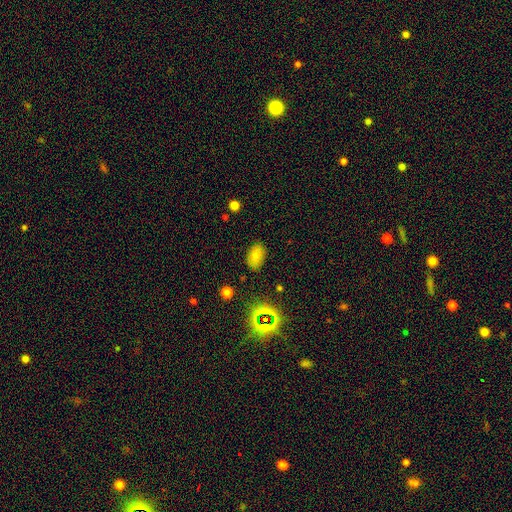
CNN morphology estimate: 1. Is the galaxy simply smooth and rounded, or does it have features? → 75% smooth, 15% star or artifact, 10% featured or disk.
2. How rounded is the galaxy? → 87% in between, 11% round, 1% cigar-shaped.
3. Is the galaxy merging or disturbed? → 84% none, 11% minor disturbance, 3% major disturbance, 2% merger.